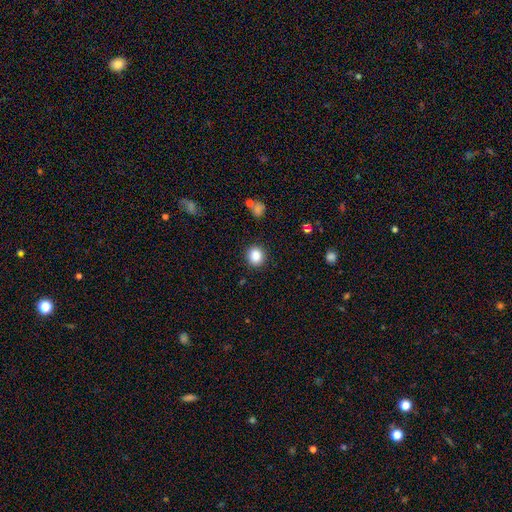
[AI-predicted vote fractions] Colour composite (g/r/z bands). It shows a smooth galaxy with no disk features (87%) that is round (81%). Merging: none (89%).